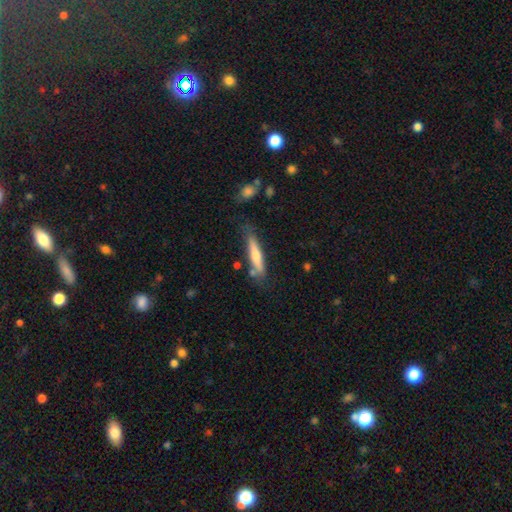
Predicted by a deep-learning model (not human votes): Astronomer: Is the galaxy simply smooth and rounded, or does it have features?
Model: smooth — 52% (runner-up: featured or disk, 42%).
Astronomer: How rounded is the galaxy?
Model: cigar-shaped — 88%.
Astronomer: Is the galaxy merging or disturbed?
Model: none — 71%.